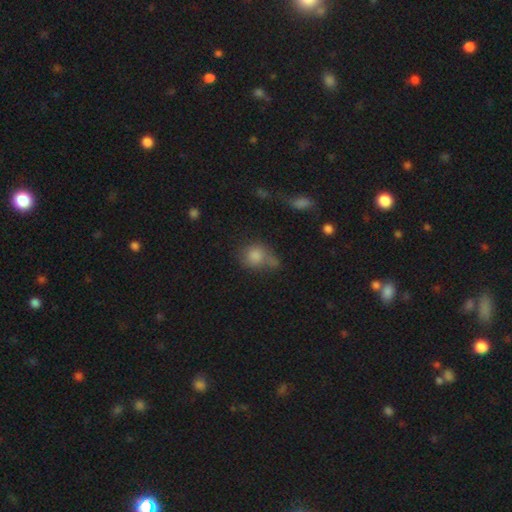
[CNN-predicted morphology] Overall: smooth (79%). How rounded: round (76%). Merging: none (49%; merger 22%).